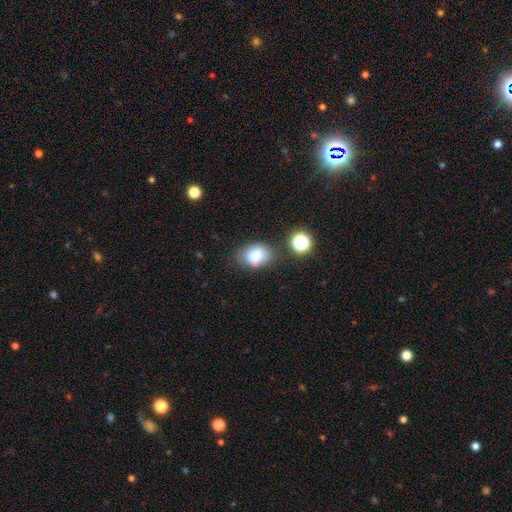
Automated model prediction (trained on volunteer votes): This is likely a smooth galaxy (80%). How rounded: likely in between (70%). Merging: likely none (67%).